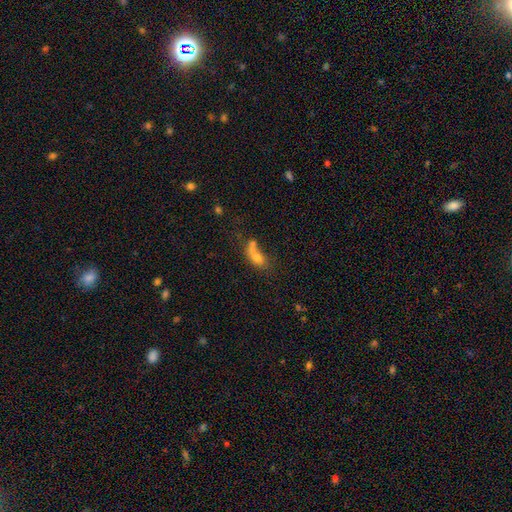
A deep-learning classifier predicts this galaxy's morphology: Smooth or featured?
  - smooth: 67% *
  - featured or disk: 21%
  - star or artifact: 12%
How rounded?
  - in between: 70% *
  - round: 18%
  - cigar-shaped: 12%
Merging?
  - merger: 44% *
  - none: 22%
  - major disturbance: 21%
  - minor disturbance: 13%